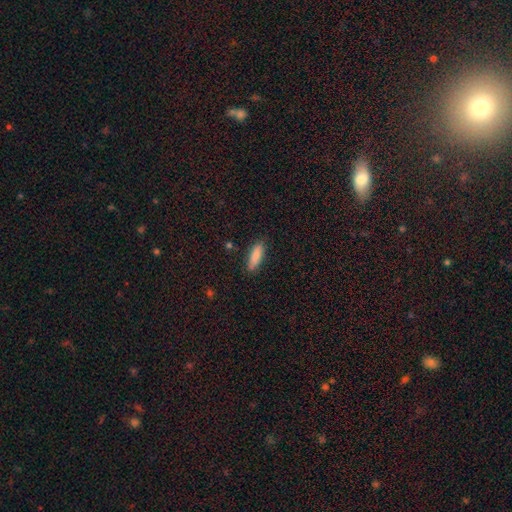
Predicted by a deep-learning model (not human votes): This appears to be a smooth galaxy with no disk features (87%) that is cigar-shaped (52%). Merging: none (85%).